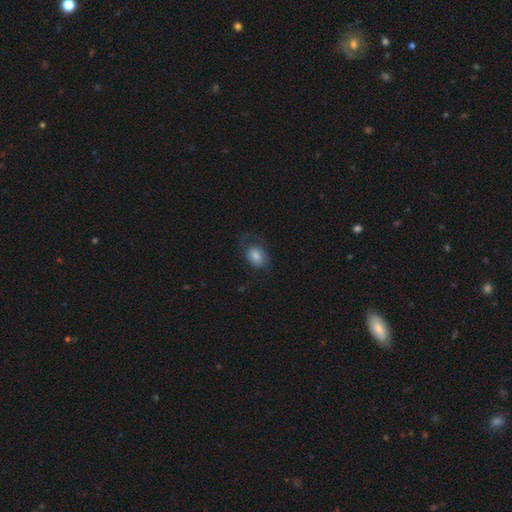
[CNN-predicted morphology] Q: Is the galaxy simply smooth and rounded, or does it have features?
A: smooth — 63%.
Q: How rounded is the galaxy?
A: in between — 73%.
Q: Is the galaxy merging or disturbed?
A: none — 50%.